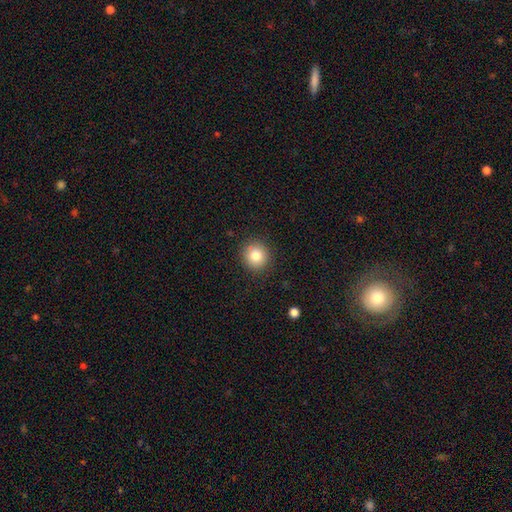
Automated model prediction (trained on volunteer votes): A smooth galaxy with no disk features (82%) that is round (92%). Merging: none (90%).